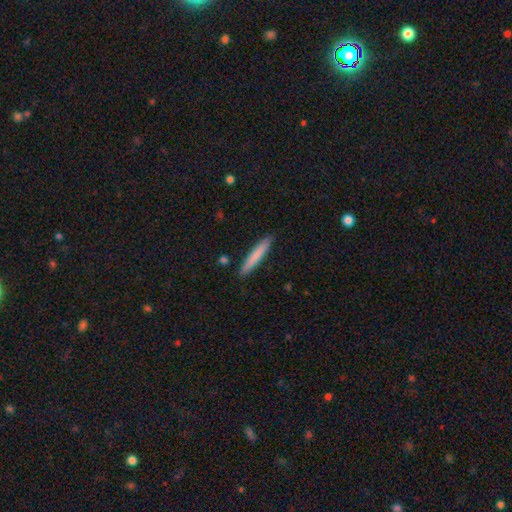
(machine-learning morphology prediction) Smooth or featured?
  - smooth: 79% *
  - featured or disk: 15%
  - star or artifact: 6%
How rounded?
  - cigar-shaped: 94% *
  - in between: 5%
  - round: 1%
Merging?
  - none: 90% *
  - minor disturbance: 7%
  - major disturbance: 1%
  - merger: 1%